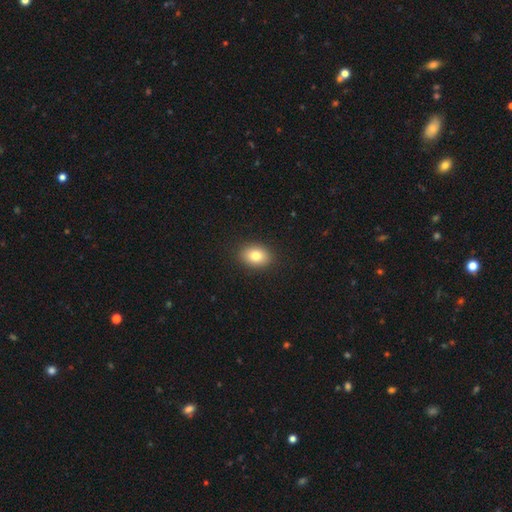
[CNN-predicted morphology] smooth-or-featured: smooth: 82% | star or artifact: 9% | featured or disk: 9%
  how-rounded: in between: 71% | round: 28% | cigar-shaped: 1%
  merging: none: 90% | minor disturbance: 7% | major disturbance: 2% | merger: 1%